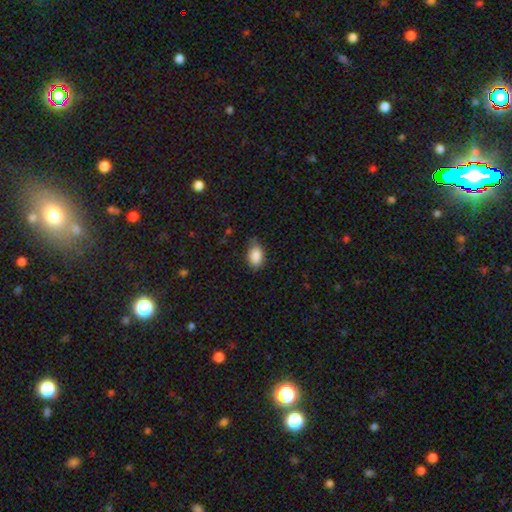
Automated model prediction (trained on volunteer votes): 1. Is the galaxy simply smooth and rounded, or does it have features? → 88% smooth, 7% star or artifact, 5% featured or disk.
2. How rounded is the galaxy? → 89% in between, 10% round, 2% cigar-shaped.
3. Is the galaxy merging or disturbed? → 70% none, 24% minor disturbance, 4% major disturbance, 1% merger.